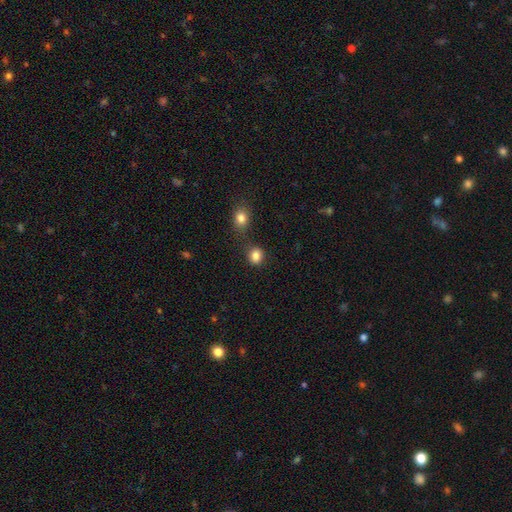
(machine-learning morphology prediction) Smooth or featured? Predicted: smooth (p=0.84). How rounded? Predicted: round (p=0.75). Merging? Predicted: none (p=0.75).